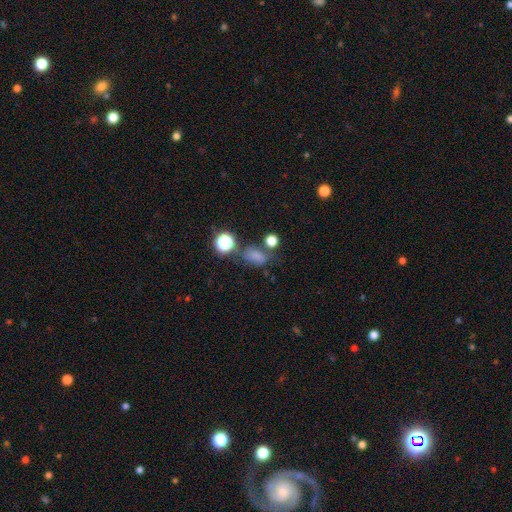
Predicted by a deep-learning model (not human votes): smooth-or-featured: smooth: 67% | star or artifact: 21% | featured or disk: 12%
  how-rounded: in between: 66% | round: 32% | cigar-shaped: 2%
  merging: none: 53% | minor disturbance: 22% | merger: 13% | major disturbance: 12%